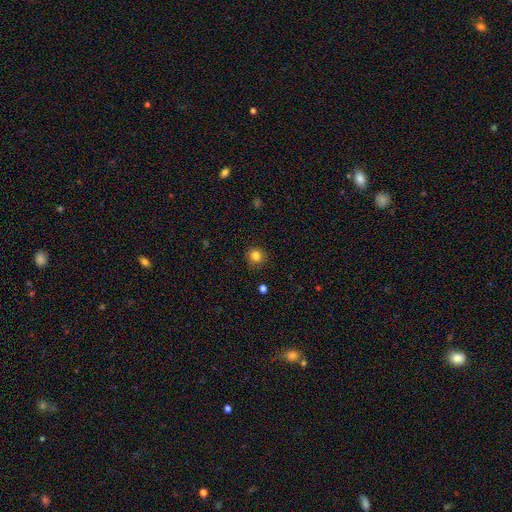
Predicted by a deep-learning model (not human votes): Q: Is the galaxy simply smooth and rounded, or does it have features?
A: smooth — 83%.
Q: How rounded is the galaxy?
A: round — 88%.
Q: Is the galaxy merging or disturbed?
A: none — 87%.